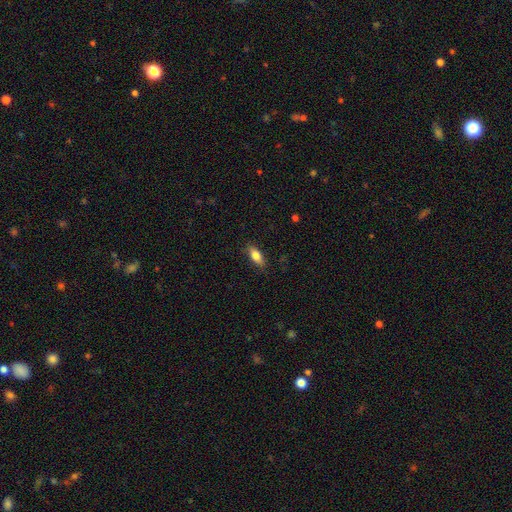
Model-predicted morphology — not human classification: A smooth galaxy with no disk features (79%) that is in between round and cigar-shaped (79%). Merging: none (83%).